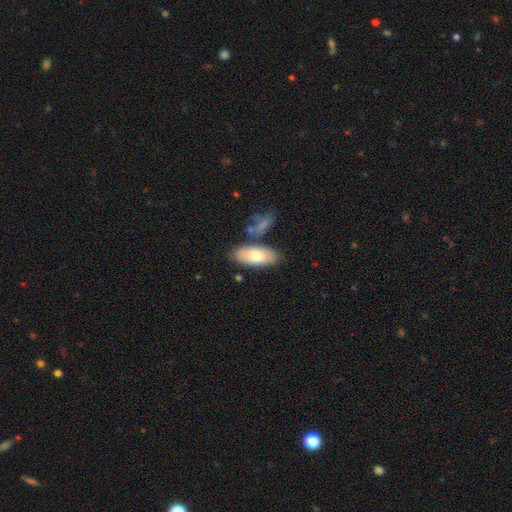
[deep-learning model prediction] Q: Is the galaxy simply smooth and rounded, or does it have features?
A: smooth — 77%.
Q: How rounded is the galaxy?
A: in between — 88%.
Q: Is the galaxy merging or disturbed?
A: none — 73%.